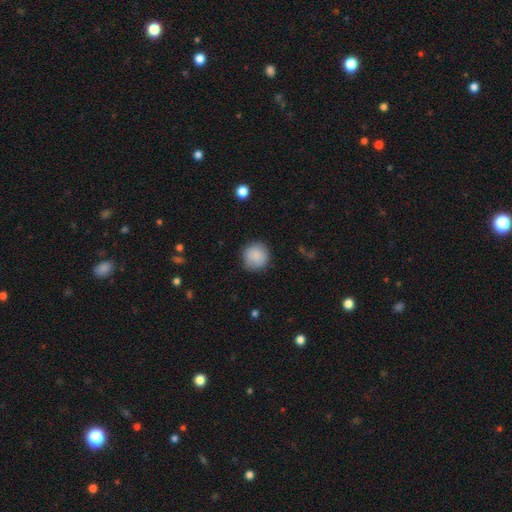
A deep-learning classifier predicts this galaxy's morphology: Smooth or featured? Predicted: smooth (p=0.88). How rounded? Predicted: round (p=0.93). Merging? Predicted: none (p=0.86).